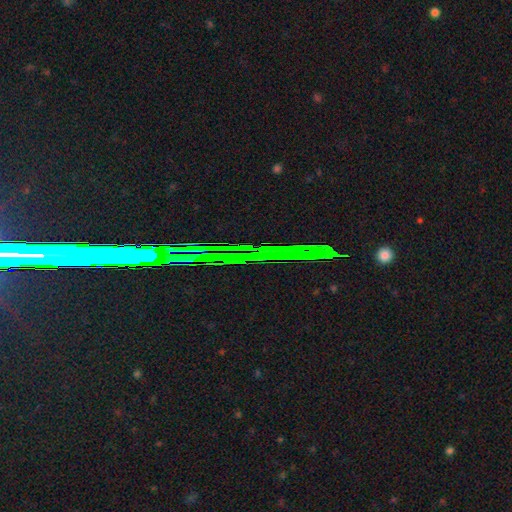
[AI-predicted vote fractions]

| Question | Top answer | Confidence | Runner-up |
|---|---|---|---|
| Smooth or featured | star or artifact | 80% | featured or disk (11%) |